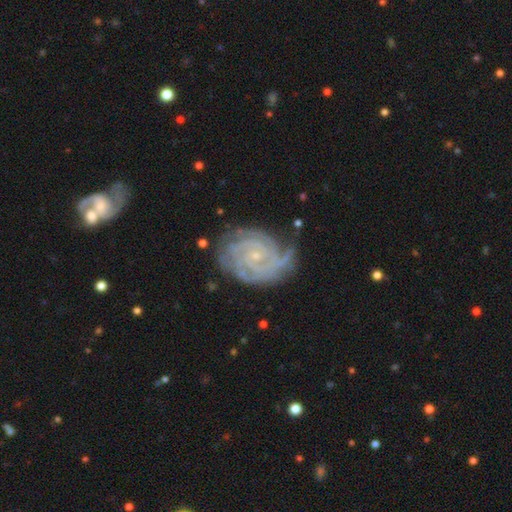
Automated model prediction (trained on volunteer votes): Q: Smooth or featured?
A: featured or disk (88%); runner-up: star or artifact (6%)
Q: Edge-on disk?
A: no (97%); runner-up: yes (3%)
Q: Bar?
A: no (72%); runner-up: weak (22%)
Q: Spiral arms?
A: yes (98%); runner-up: no (2%)
Q: Spiral winding?
A: tight (78%); runner-up: medium (18%)
Q: Spiral arm count?
A: 3 (23%); runner-up: 4 (22%)
Q: Bulge size?
A: small (84%); runner-up: moderate (11%)
Q: Merging?
A: none (66%); runner-up: minor disturbance (23%)